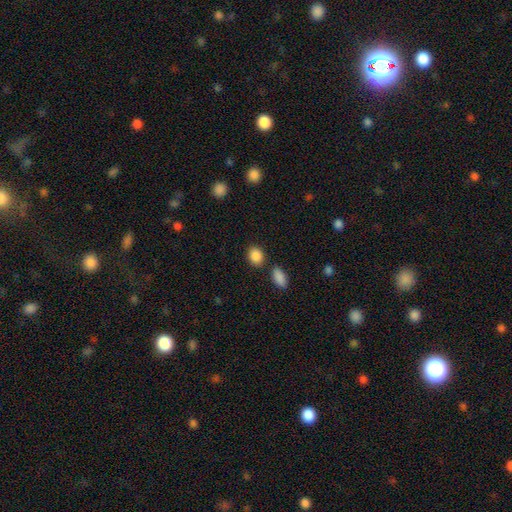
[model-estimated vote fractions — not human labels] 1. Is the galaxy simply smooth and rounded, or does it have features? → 88% smooth, 8% star or artifact, 4% featured or disk.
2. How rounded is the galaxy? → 51% in between, 48% round, 1% cigar-shaped.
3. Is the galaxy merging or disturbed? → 78% none, 10% minor disturbance, 9% merger, 3% major disturbance.